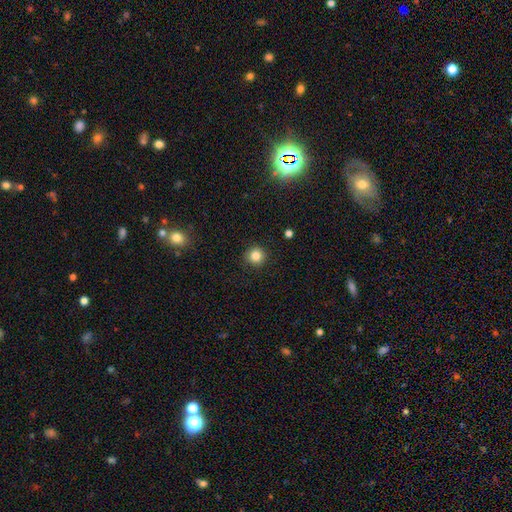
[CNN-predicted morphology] smooth-or-featured: smooth: 83% | star or artifact: 12% | featured or disk: 5%
  how-rounded: round: 94% | in between: 5% | cigar-shaped: 1%
  merging: none: 91% | minor disturbance: 6% | major disturbance: 2% | merger: 1%